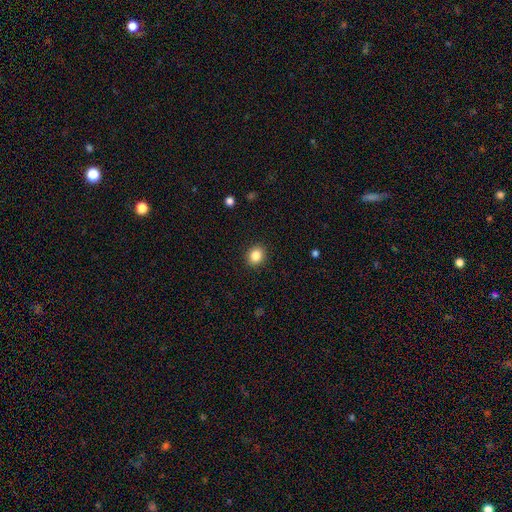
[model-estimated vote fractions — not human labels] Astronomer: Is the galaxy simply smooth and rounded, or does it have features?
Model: smooth — 85%.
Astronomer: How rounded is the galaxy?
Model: round — 73%.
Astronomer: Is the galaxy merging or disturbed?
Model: none — 91%.